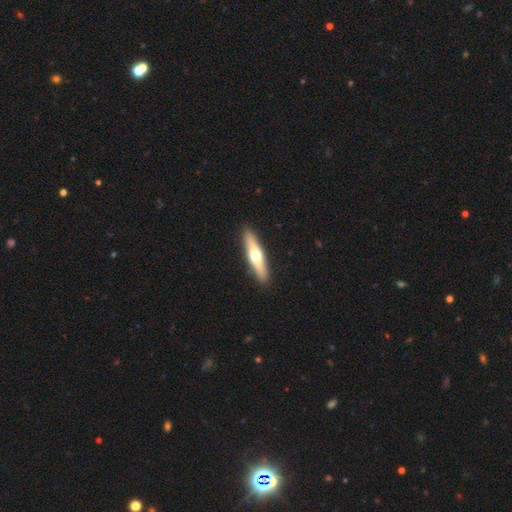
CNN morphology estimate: Overall: featured or disk (50%; smooth 45%). Edge-on disk: yes (91%). Merging: none (91%).